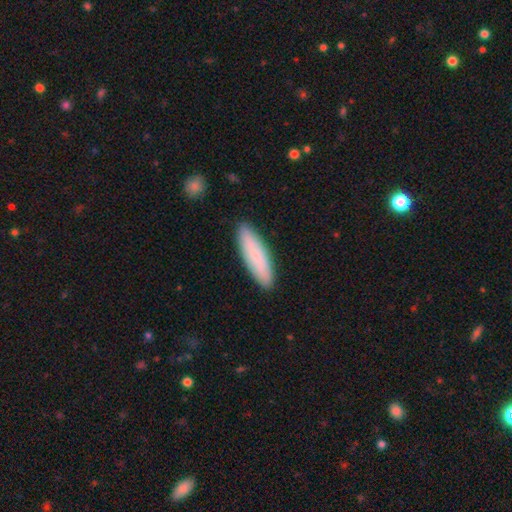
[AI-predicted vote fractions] smooth 76%, featured or disk 18%, star or artifact 6%. Down the decision tree: how rounded — cigar-shaped (64%); merging — none (89%).